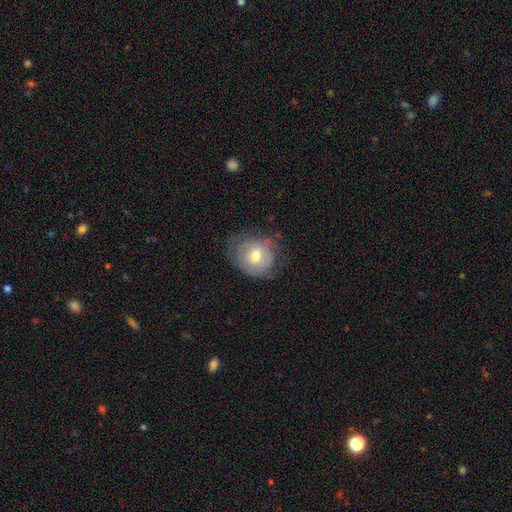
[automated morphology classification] Smooth or featured? smooth (47%)
Merging? none (60%)